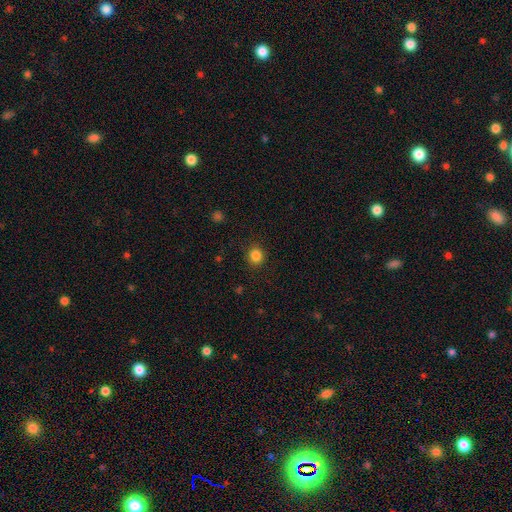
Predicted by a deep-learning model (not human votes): Q: Smooth or featured?
A: smooth (85%); runner-up: star or artifact (12%)
Q: How rounded?
A: round (88%); runner-up: in between (11%)
Q: Merging?
A: none (90%); runner-up: minor disturbance (7%)